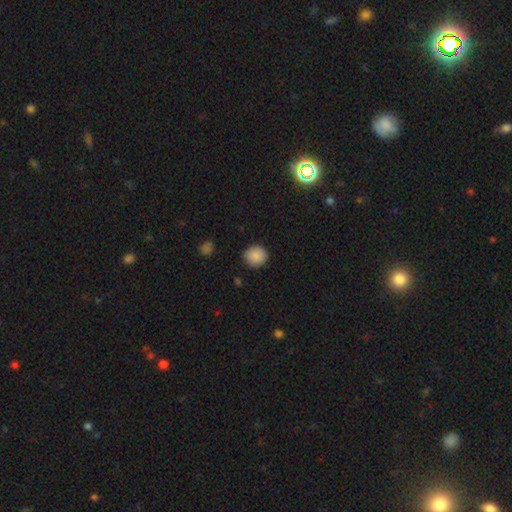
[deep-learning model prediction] Morphology: type=smooth (88%); roundness=round (92%); merging=none (89%).